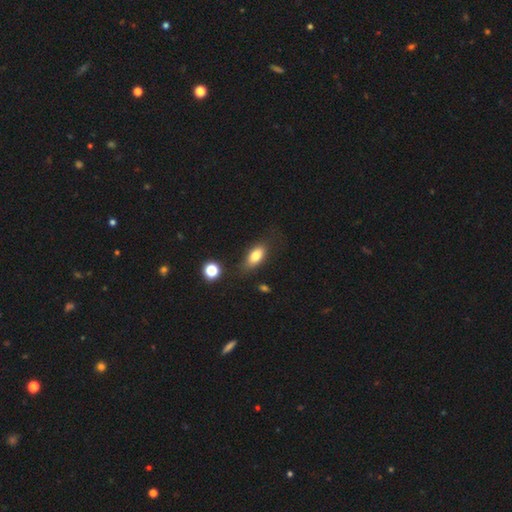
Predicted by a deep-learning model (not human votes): Morphology: type=smooth (79%); roundness=in between (85%); merging=none (68%).